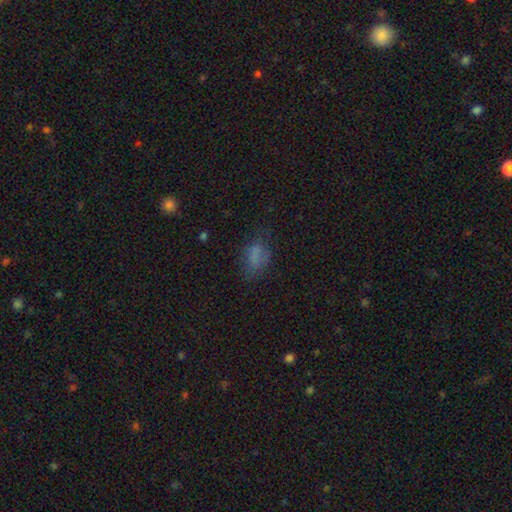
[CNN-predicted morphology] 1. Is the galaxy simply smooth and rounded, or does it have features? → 69% smooth, 17% star or artifact, 14% featured or disk.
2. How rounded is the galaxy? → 83% in between, 14% round, 3% cigar-shaped.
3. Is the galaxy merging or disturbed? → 52% none, 26% minor disturbance, 18% major disturbance, 4% merger.